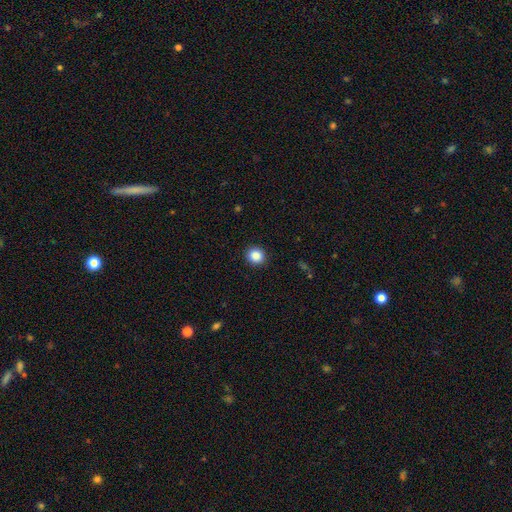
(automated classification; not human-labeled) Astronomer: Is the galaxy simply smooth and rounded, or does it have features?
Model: smooth — 88%.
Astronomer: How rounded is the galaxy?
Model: round — 87%.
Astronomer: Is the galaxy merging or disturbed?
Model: none — 91%.